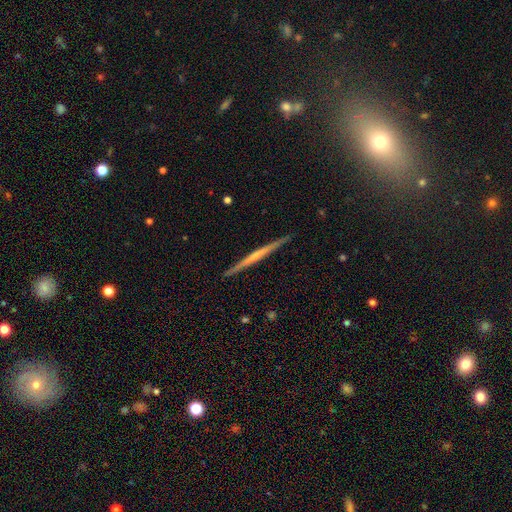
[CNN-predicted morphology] smooth_or_featured: featured or disk (p=0.66) [alt: smooth p=0.29]
disk_edge_on: yes (p=0.98) [alt: no p=0.02]
edge_on_bulge: none (p=0.67) [alt: rounded p=0.27]
merging: none (p=0.91) [alt: minor disturbance p=0.06]